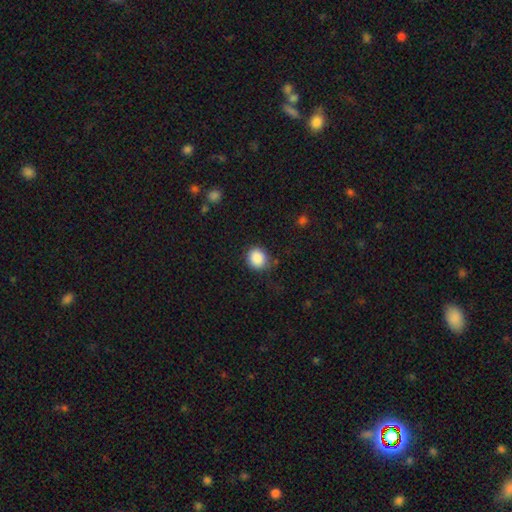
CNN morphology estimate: A smooth galaxy with no disk features (88%) that is round (83%). Merging: none (82%).